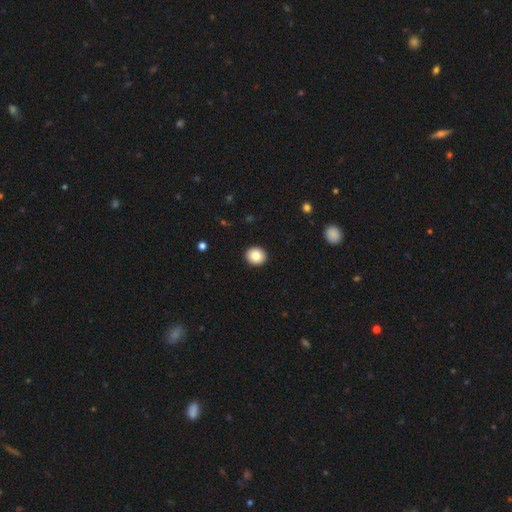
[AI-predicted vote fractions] Overall: smooth (84%). How rounded: round (82%). Merging: none (93%).